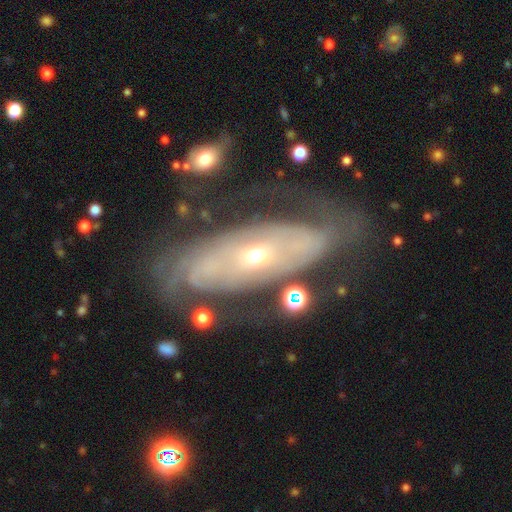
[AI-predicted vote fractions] A featured or disk galaxy (80%) with no bar (79%), spiral arms (72%) and a small central bulge (59%). Merging: none (68%).